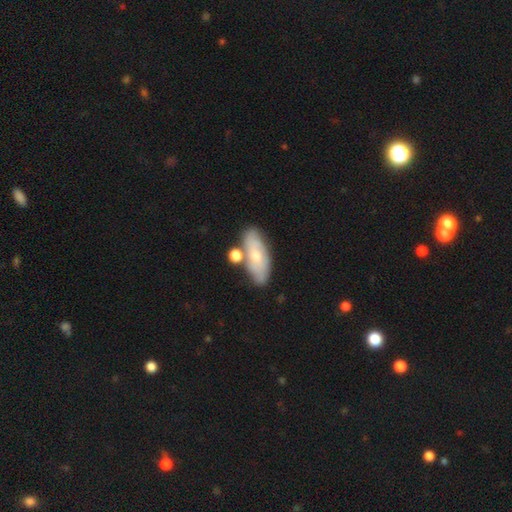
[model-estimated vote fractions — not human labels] smooth 52%, featured or disk 41%, star or artifact 7%. Down the decision tree: how rounded — in between (78%); merging — none (64%).